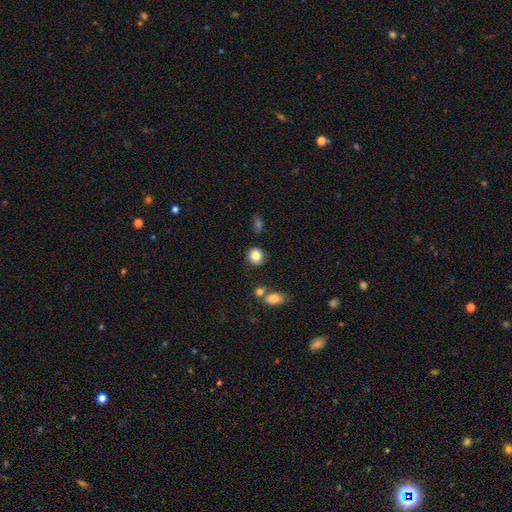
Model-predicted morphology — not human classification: type=smooth (85%); roundness=round (84%); merging=none (79%).